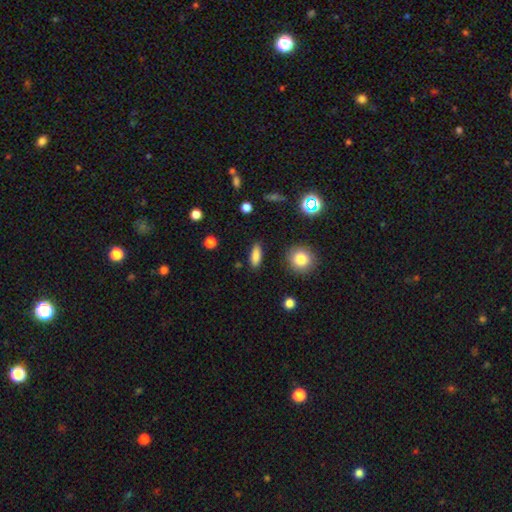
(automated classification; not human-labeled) Smooth or featured?
  - smooth: 83% *
  - star or artifact: 9%
  - featured or disk: 8%
How rounded?
  - in between: 59% *
  - cigar-shaped: 36%
  - round: 5%
Merging?
  - none: 85% *
  - minor disturbance: 10%
  - major disturbance: 3%
  - merger: 2%